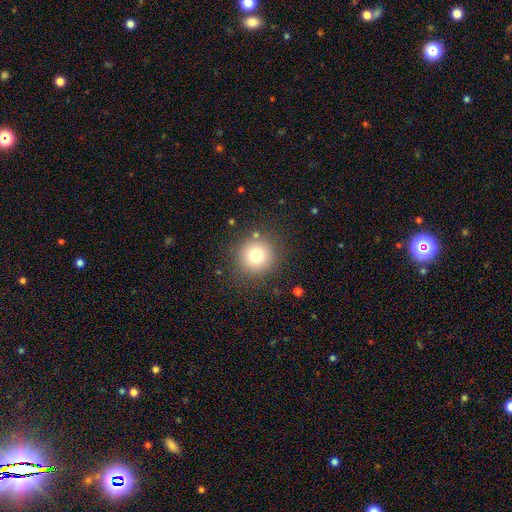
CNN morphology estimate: Smooth or featured: smooth — 77% (star or artifact — 13%)
How rounded: round — 93% (in between — 6%)
Merging: none — 85% (minor disturbance — 9%)